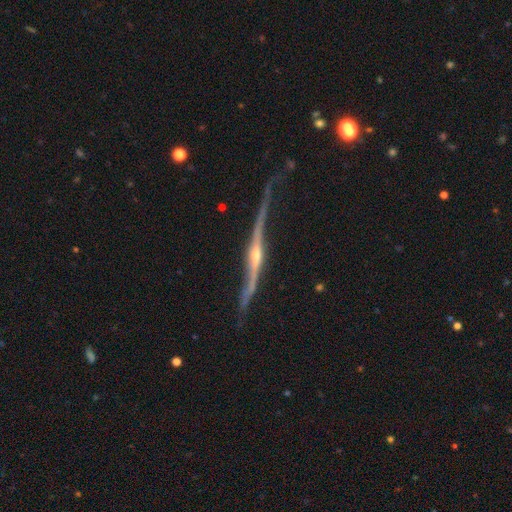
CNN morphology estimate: featured or disk 89%, star or artifact 6%, smooth 5%. Down the decision tree: edge-on disk — yes (80%); edge-on bulge — rounded (86%); merging — none (52%).